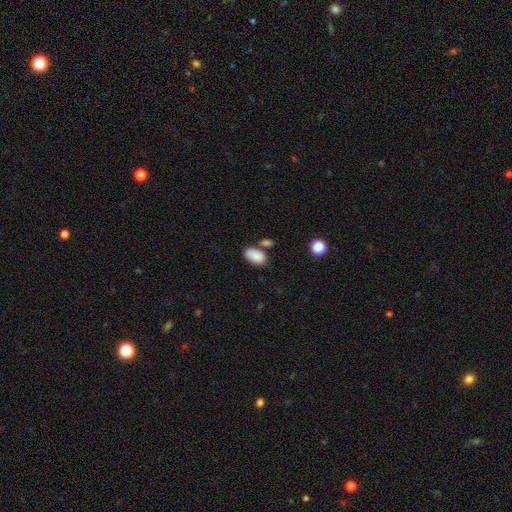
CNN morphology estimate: smooth 88%, star or artifact 7%, featured or disk 5%. Down the decision tree: how rounded — in between (93%); merging — none (64%).